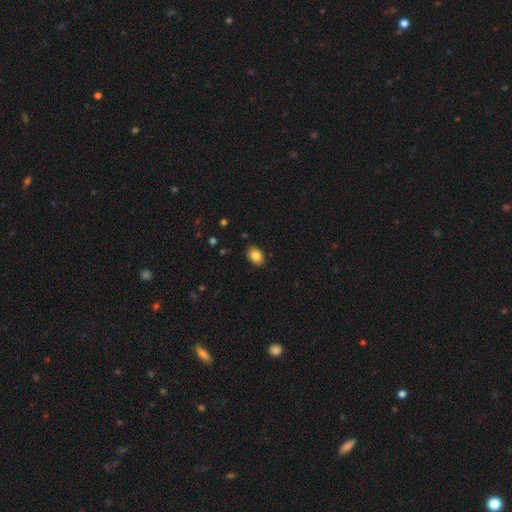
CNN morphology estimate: type=smooth (85%); roundness=in between (75%); merging=none (88%).